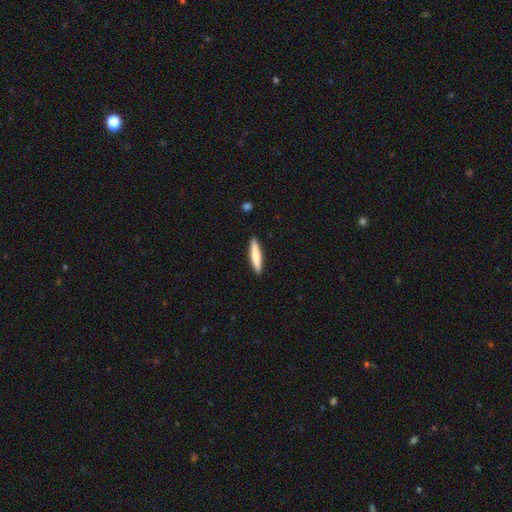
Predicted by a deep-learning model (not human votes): Smooth or featured: smooth — 76% (featured or disk — 19%)
How rounded: cigar-shaped — 90% (in between — 8%)
Merging: none — 91% (minor disturbance — 6%)